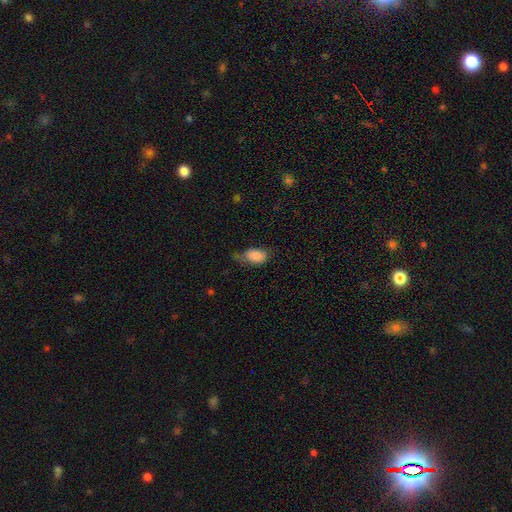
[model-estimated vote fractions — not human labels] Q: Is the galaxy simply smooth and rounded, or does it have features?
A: smooth — 84%.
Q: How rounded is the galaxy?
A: in between — 89%.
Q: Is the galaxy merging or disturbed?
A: minor disturbance — 41%.